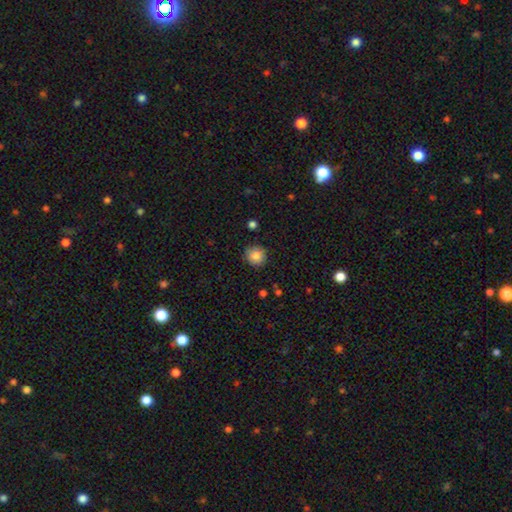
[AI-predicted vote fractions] This is clearly a smooth galaxy (85%). How rounded: clearly round (92%). Merging: clearly none (88%).